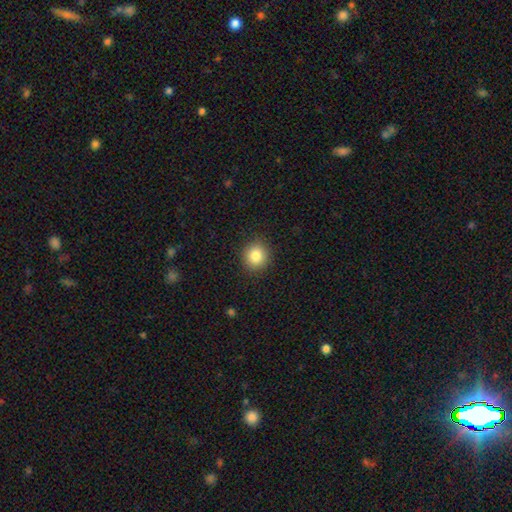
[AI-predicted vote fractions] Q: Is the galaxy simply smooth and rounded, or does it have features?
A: smooth — 85%.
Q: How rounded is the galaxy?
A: round — 89%.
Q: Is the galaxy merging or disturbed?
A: none — 90%.